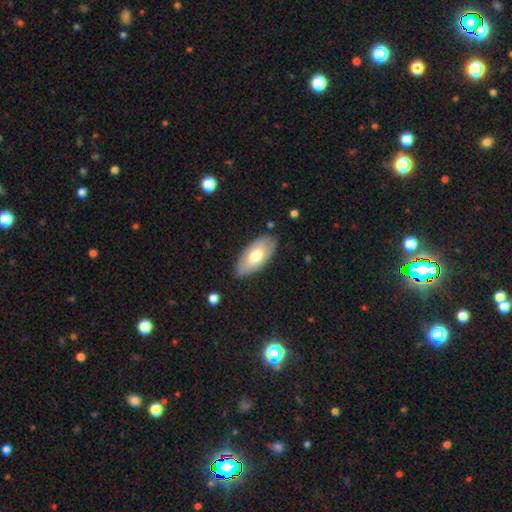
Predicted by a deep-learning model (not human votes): Overall: smooth (67%; featured or disk 27%). How rounded: in between (92%). Merging: none (84%).